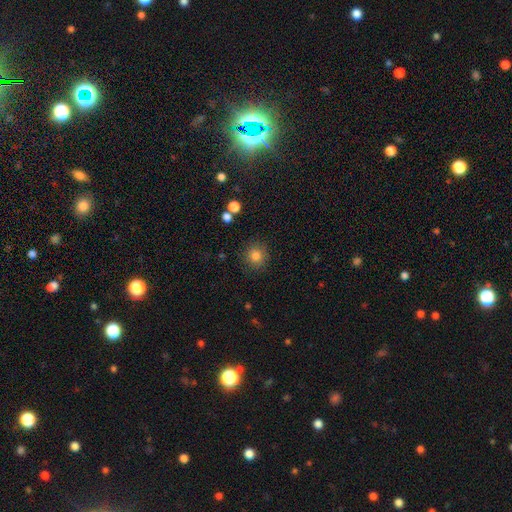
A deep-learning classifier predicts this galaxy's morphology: Q: Smooth or featured?
A: smooth (83%); runner-up: star or artifact (11%)
Q: How rounded?
A: round (92%); runner-up: in between (7%)
Q: Merging?
A: none (88%); runner-up: minor disturbance (7%)